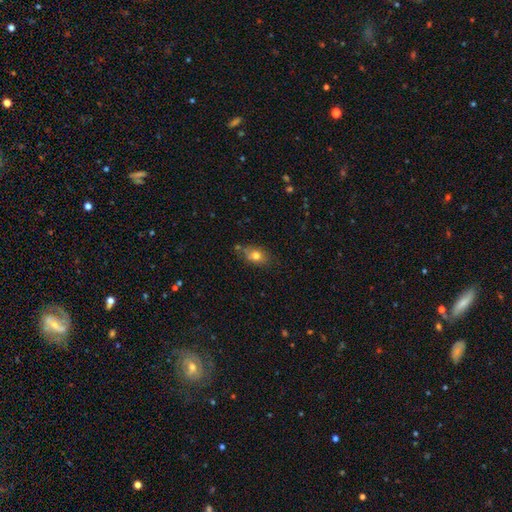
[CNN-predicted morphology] The model was most divided on "merging": none: 62%, minor disturbance: 22%, merger: 10%, major disturbance: 5%. More confident: smooth or featured — smooth (76%); how rounded — in between (69%).